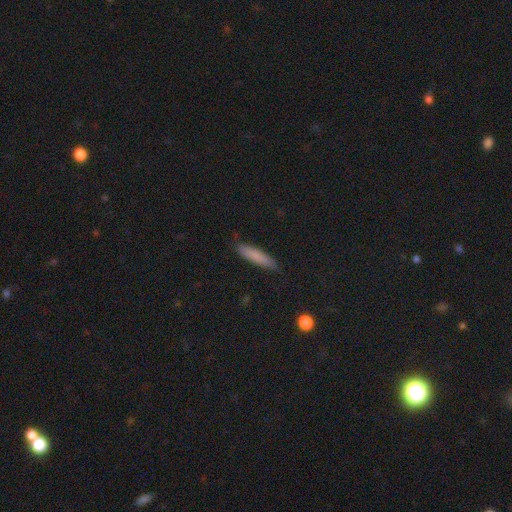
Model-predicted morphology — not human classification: Q: Smooth or featured?
A: smooth (82%); runner-up: featured or disk (11%)
Q: How rounded?
A: cigar-shaped (83%); runner-up: in between (16%)
Q: Merging?
A: none (82%); runner-up: minor disturbance (14%)